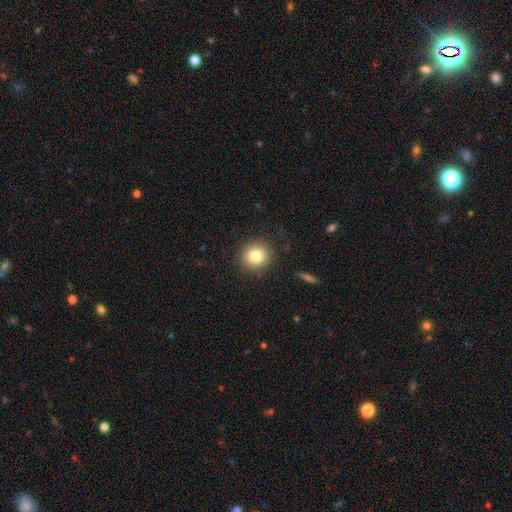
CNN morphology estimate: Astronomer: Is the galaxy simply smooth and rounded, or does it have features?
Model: smooth — 82%.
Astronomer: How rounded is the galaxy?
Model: round — 89%.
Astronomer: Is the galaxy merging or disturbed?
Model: none — 90%.